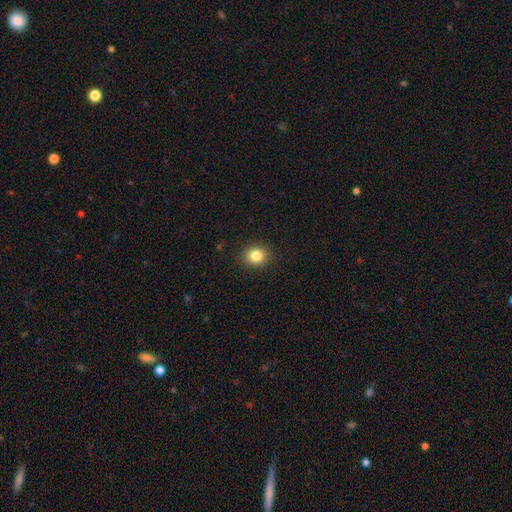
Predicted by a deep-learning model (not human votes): Smooth or featured? Predicted: smooth (p=0.83). How rounded? Predicted: round (p=0.79). Merging? Predicted: none (p=0.90).